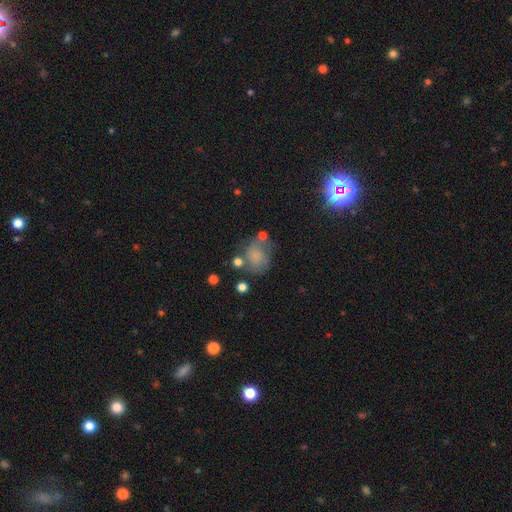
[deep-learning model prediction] Smooth or featured? smooth (62%)
How rounded? round (53%)
Merging? none (43%)